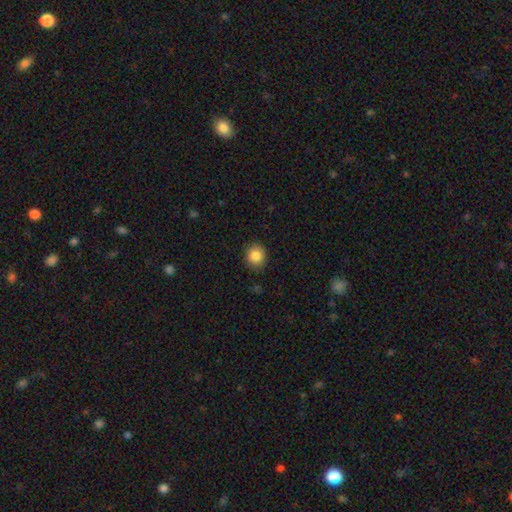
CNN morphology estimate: Smooth or featured: smooth — 85% (star or artifact — 9%)
How rounded: round — 83% (in between — 16%)
Merging: none — 88% (minor disturbance — 9%)